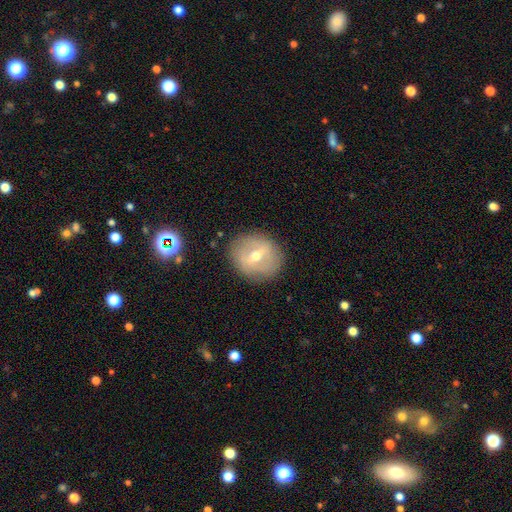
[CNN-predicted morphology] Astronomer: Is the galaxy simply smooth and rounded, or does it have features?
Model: featured or disk — 60%.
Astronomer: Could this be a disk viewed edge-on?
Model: no — 93%.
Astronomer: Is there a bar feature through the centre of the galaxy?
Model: weak — 45% (runner-up: strong, 40%).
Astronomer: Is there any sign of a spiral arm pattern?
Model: no — 62% (runner-up: yes, 38%).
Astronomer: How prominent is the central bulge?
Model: moderate — 64%.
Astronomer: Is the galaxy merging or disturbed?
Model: none — 84%.